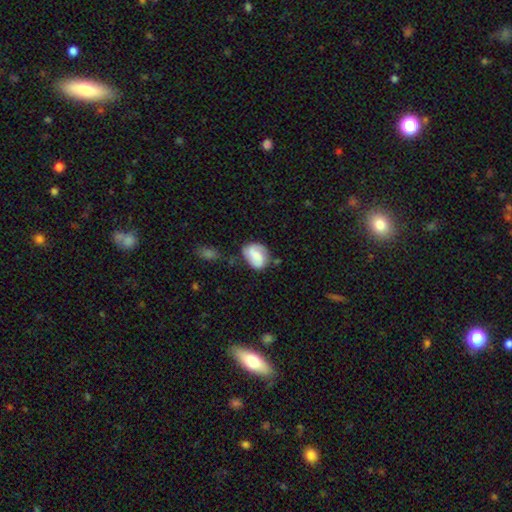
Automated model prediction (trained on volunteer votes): Overall: smooth (48%; featured or disk 43%). Merging: none (54%; minor disturbance 27%).